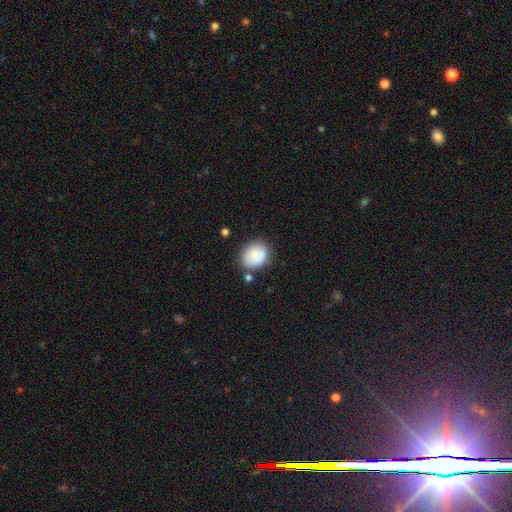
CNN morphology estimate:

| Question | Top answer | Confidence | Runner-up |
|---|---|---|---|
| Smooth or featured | smooth | 83% | featured or disk (10%) |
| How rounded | round | 55% | in between (44%) |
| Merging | none | 67% | minor disturbance (19%) |